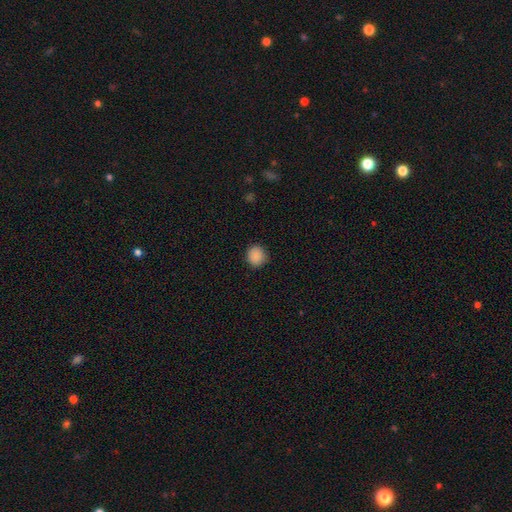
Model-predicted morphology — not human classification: A smooth galaxy with no disk features (89%) that is round (86%). Merging: none (88%).